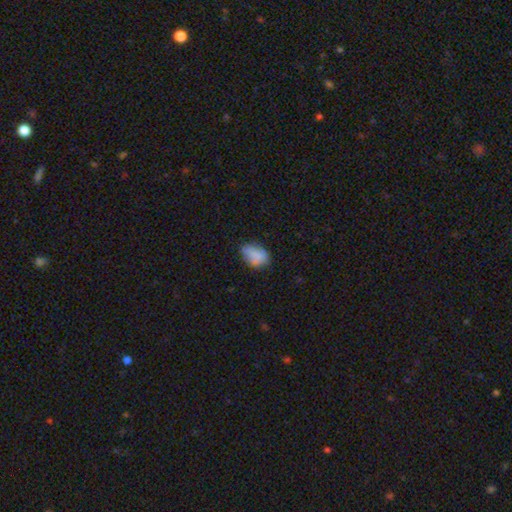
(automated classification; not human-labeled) smooth 80%, featured or disk 11%, star or artifact 9%. Down the decision tree: how rounded — in between (83%); merging — none (57%).